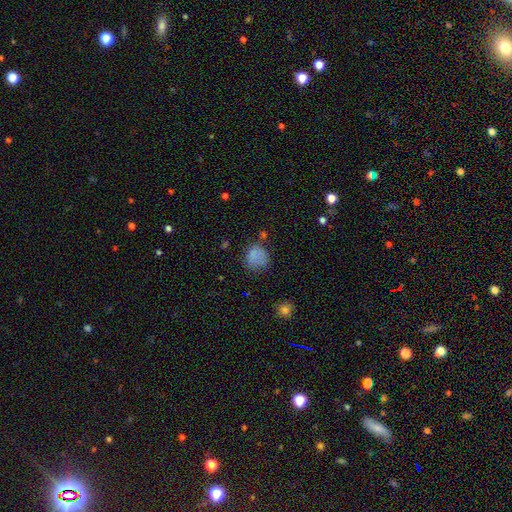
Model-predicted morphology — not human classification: Smooth or featured? Predicted: smooth (p=0.77). How rounded? Predicted: round (p=0.75). Merging? Predicted: none (p=0.59).